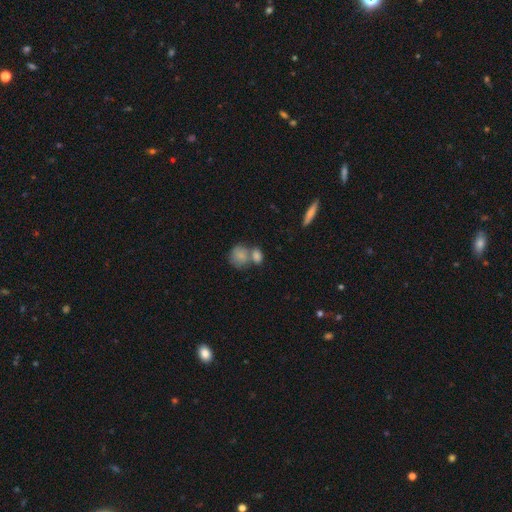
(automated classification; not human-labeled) This is likely a smooth galaxy (75%). How rounded: possibly round (58%). Merging: possibly merger (47%).